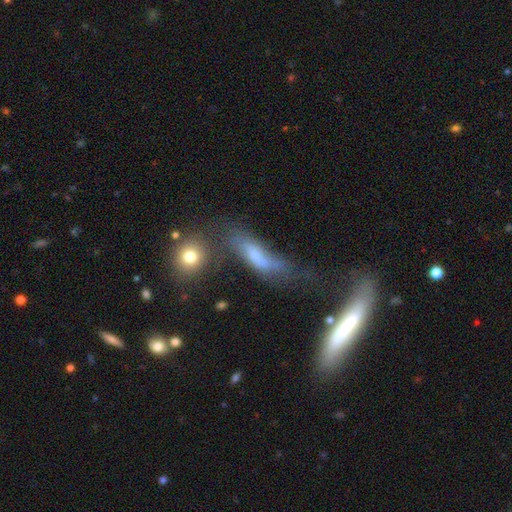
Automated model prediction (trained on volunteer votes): Smooth or featured: smooth — 46% (featured or disk — 41%)
Merging: none — 32% (major disturbance — 26%)